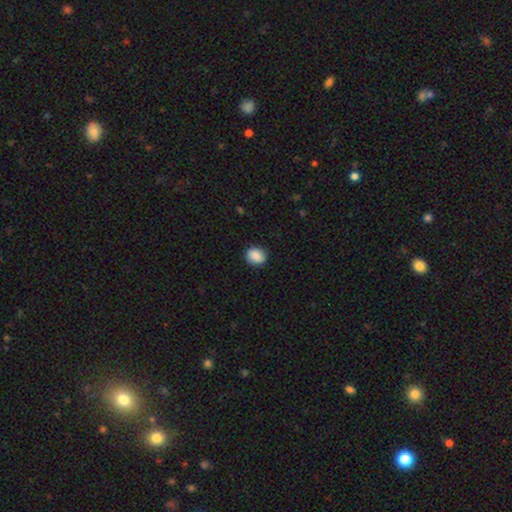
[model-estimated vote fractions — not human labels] Smooth or featured? Predicted: smooth (p=0.87). How rounded? Predicted: round (p=0.62). Merging? Predicted: none (p=0.88).